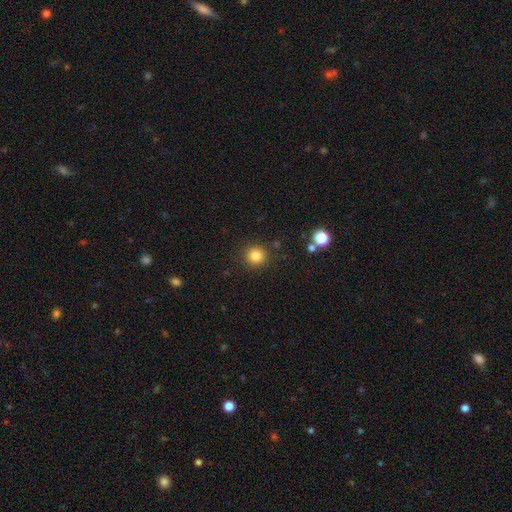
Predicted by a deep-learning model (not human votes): Smooth or featured? Predicted: smooth (p=0.83). How rounded? Predicted: round (p=0.93). Merging? Predicted: none (p=0.88).